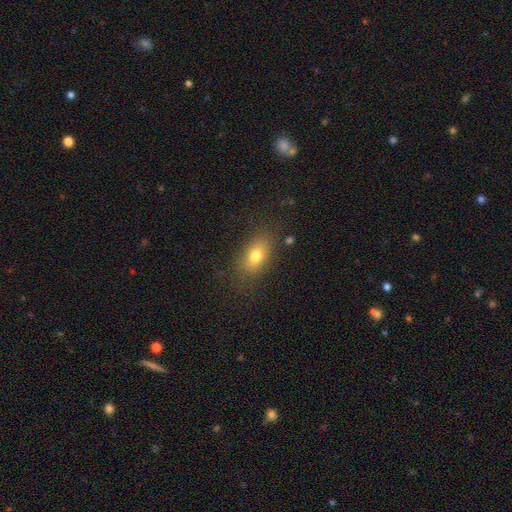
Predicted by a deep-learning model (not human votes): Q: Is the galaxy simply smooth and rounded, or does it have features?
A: smooth — 75%.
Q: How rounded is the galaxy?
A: in between — 83%.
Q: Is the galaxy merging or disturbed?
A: none — 79%.